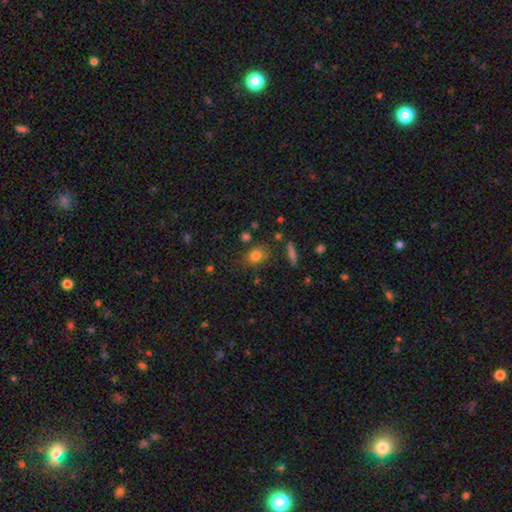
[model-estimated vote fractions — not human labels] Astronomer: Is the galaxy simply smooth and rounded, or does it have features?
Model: smooth — 78%.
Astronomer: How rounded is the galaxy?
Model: round — 53% (runner-up: in between, 44%).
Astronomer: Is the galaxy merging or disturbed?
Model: none — 74%.